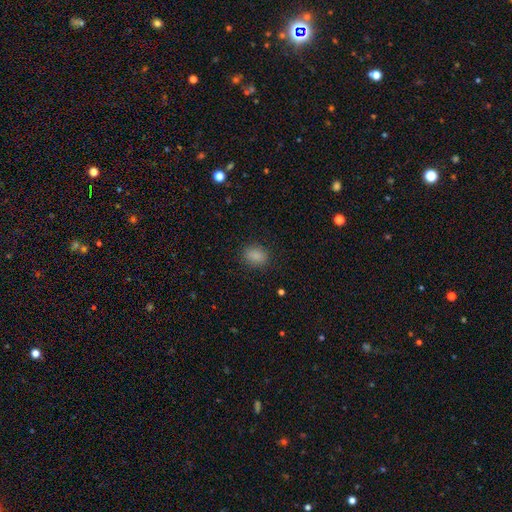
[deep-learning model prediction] Q: Smooth or featured?
A: smooth (86%); runner-up: star or artifact (10%)
Q: How rounded?
A: in between (58%); runner-up: round (41%)
Q: Merging?
A: none (87%); runner-up: minor disturbance (9%)